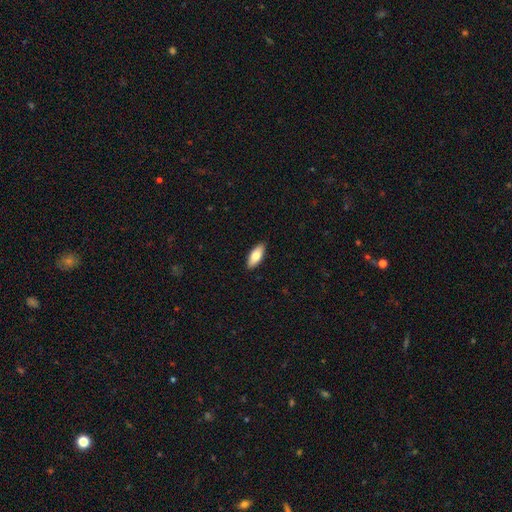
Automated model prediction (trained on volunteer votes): Q: Smooth or featured?
A: smooth (79%); runner-up: featured or disk (15%)
Q: How rounded?
A: in between (83%); runner-up: cigar-shaped (15%)
Q: Merging?
A: none (90%); runner-up: minor disturbance (7%)